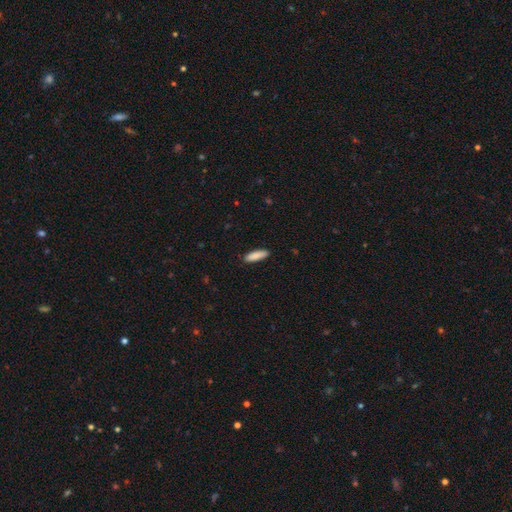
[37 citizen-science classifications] smooth 89%, featured or disk 8%, star or artifact 3%. Down the decision tree: how rounded — cigar-shaped (64%); merging — none (94%).